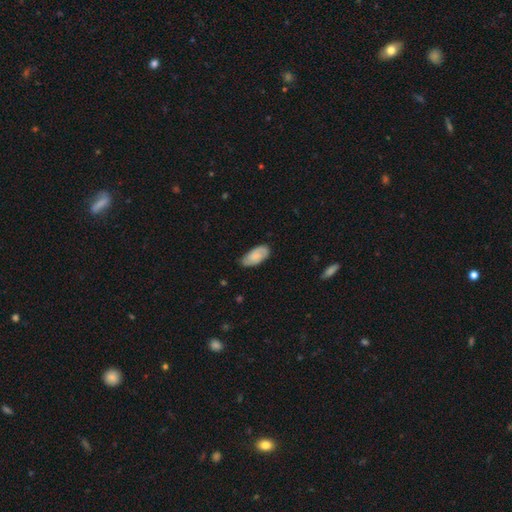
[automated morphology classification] Overall: smooth (68%). How rounded: in between (93%). Merging: none (70%).